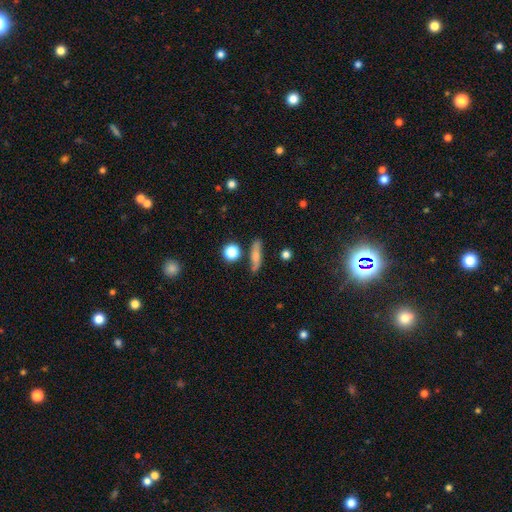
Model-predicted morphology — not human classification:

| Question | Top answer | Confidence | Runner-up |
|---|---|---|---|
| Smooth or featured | smooth | 62% | featured or disk (28%) |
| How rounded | cigar-shaped | 64% | in between (24%) |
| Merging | none | 78% | minor disturbance (15%) |